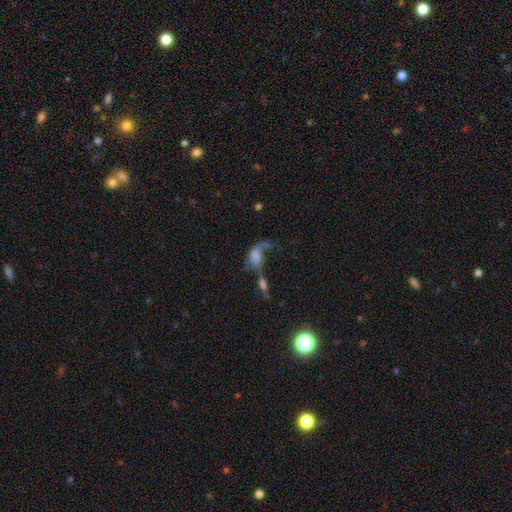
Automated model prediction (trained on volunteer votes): This appears to be a featured or disk galaxy (44%). Merging: merger (53%).